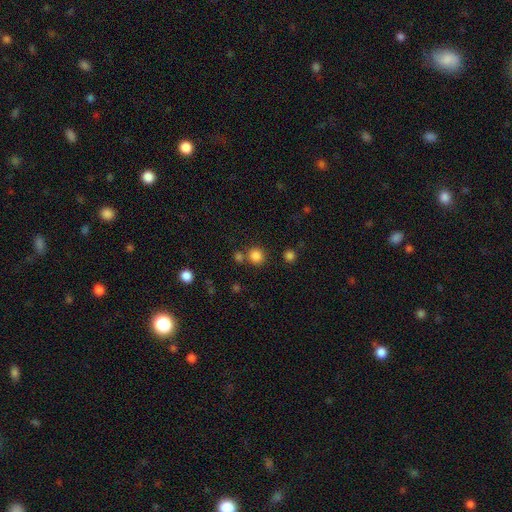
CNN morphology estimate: Smooth or featured? Predicted: smooth (p=0.83). How rounded? Predicted: round (p=0.90). Merging? Predicted: none (p=0.75).